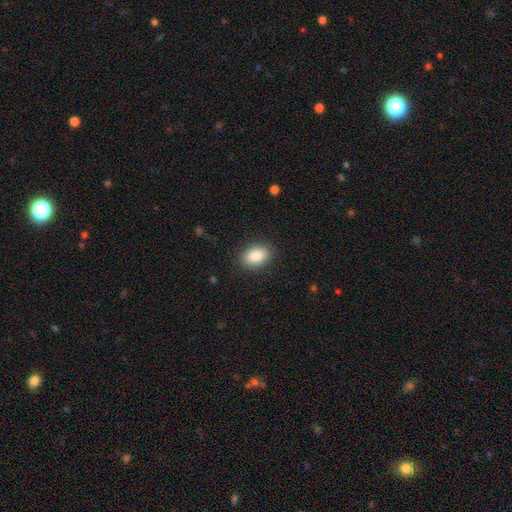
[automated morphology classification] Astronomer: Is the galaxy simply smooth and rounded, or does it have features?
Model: smooth — 88%.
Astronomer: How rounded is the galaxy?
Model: in between — 84%.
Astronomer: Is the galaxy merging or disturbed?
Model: none — 87%.